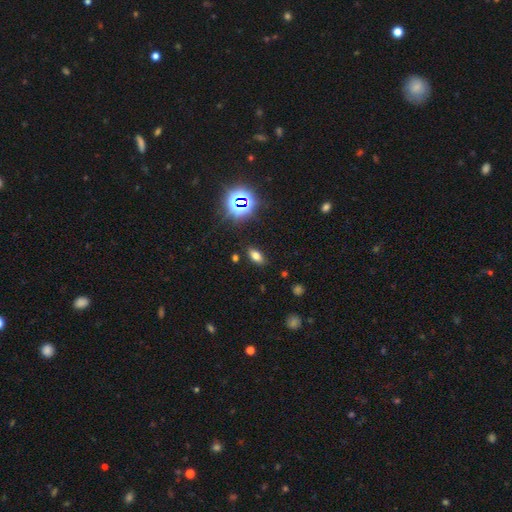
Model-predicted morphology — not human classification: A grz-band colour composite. It shows a smooth galaxy with no disk features (66%) that is in between round and cigar-shaped (84%). Merging: none (86%).